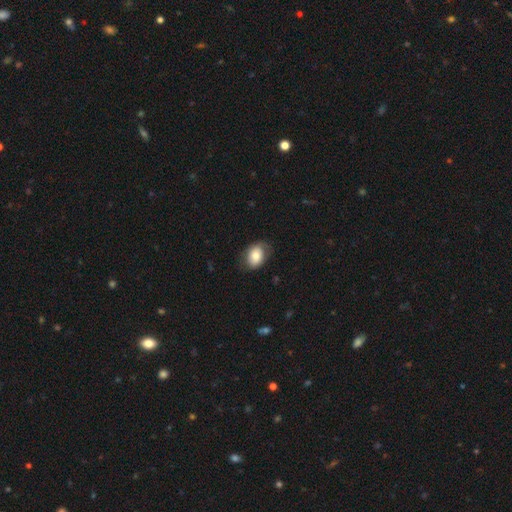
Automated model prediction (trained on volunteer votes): This is likely a smooth galaxy (74%). How rounded: likely in between (75%). Merging: likely none (68%).